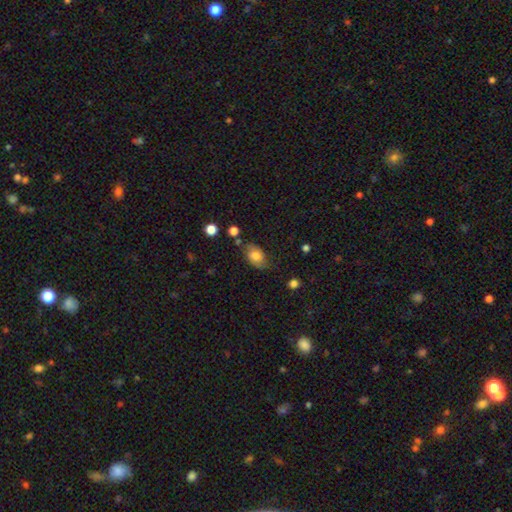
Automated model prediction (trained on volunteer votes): The model was most divided on "merging": none: 63%, minor disturbance: 25%, major disturbance: 8%, merger: 4%. More confident: how rounded — in between (80%); smooth or featured — smooth (65%).